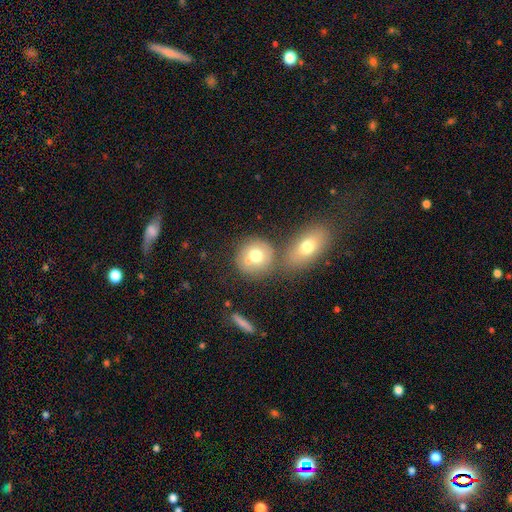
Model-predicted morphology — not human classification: A smooth galaxy with no disk features (70%) that is round (81%). Merging: none (48%).